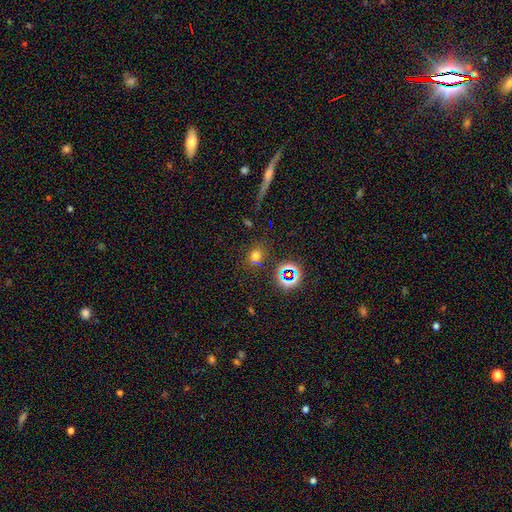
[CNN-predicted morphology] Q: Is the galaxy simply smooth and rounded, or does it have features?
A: smooth — 62%.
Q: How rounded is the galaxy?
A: round — 67%.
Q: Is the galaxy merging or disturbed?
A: none — 78%.